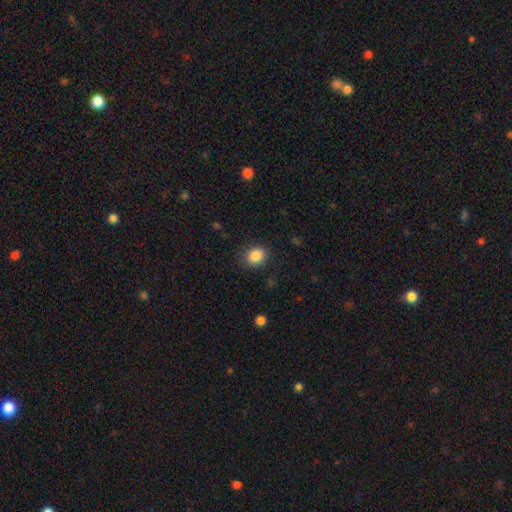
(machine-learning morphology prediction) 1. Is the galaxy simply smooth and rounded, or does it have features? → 86% smooth, 10% star or artifact, 4% featured or disk.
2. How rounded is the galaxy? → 63% round, 36% in between, 1% cigar-shaped.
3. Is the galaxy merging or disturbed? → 84% none, 11% minor disturbance, 3% major disturbance, 1% merger.